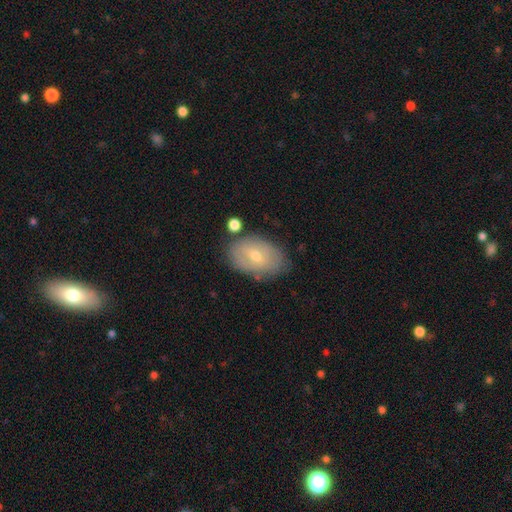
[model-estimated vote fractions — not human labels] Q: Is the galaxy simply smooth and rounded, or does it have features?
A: smooth — 51%.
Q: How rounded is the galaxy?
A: in between — 86%.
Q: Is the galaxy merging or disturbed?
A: none — 73%.